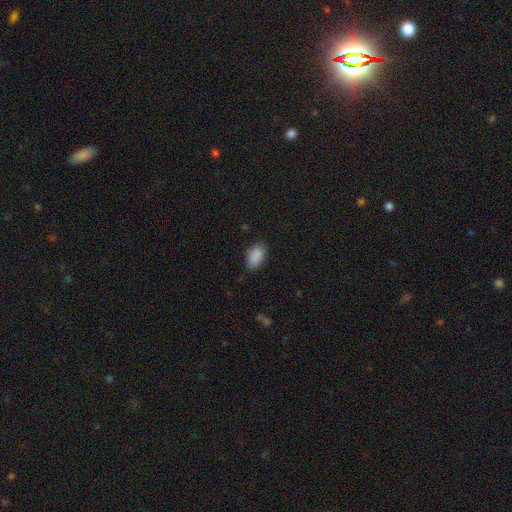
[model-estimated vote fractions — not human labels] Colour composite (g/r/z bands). It shows a smooth galaxy with no disk features (89%) that is in between round and cigar-shaped (91%). Merging: none (77%).